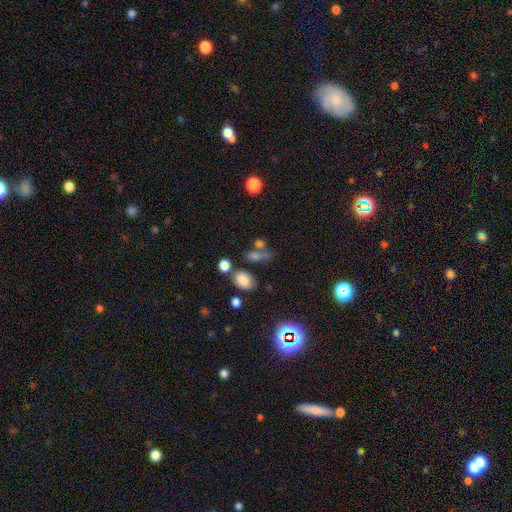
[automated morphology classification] A smooth galaxy with no disk features (62%) that is in between round and cigar-shaped (72%). Merging: none (57%).